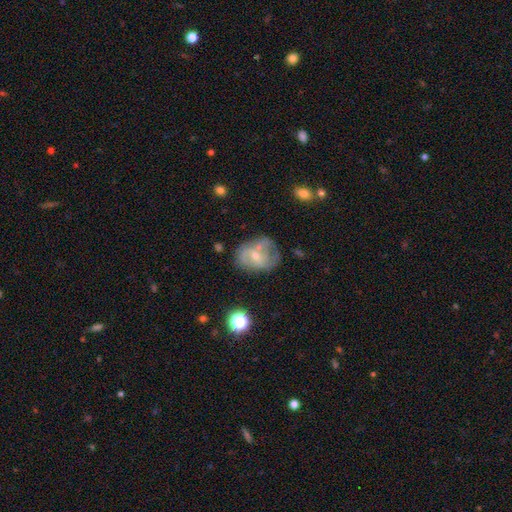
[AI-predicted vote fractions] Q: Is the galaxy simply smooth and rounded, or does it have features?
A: featured or disk — 60%.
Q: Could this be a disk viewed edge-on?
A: no — 97%.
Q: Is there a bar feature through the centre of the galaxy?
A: no — 55%.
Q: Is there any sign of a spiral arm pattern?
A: yes — 62%.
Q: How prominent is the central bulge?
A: small — 57%.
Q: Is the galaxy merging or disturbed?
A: none — 40%.